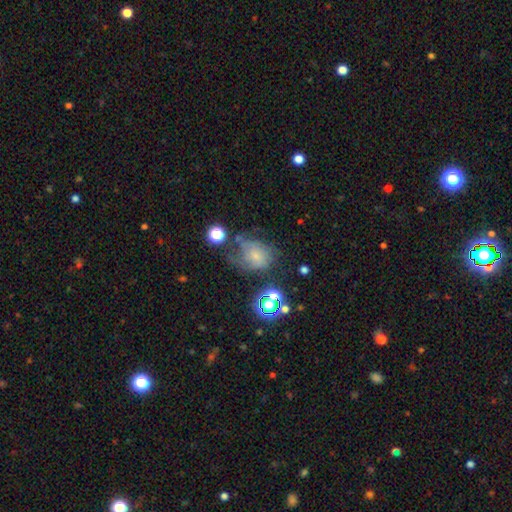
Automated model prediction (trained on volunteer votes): A smooth galaxy with no disk features (48%).

Vote fractions:
- Smooth or featured? smooth: 48% / featured or disk: 32% / star or artifact: 19%
- Merging? major disturbance: 33% / none: 31% / minor disturbance: 27% / merger: 8%